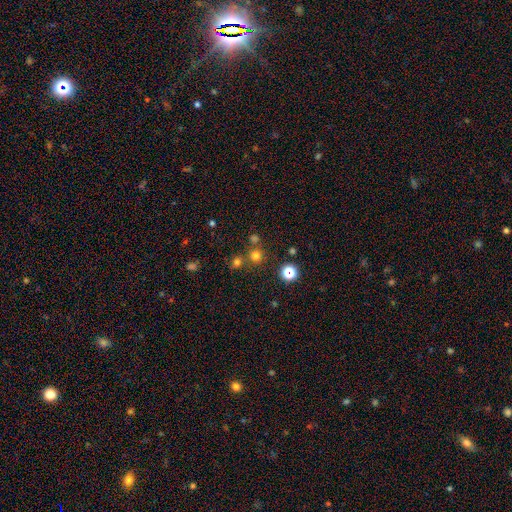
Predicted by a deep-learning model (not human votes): smooth 68%, star or artifact 25%, featured or disk 7%. Down the decision tree: how rounded — round (92%); merging — none (74%).